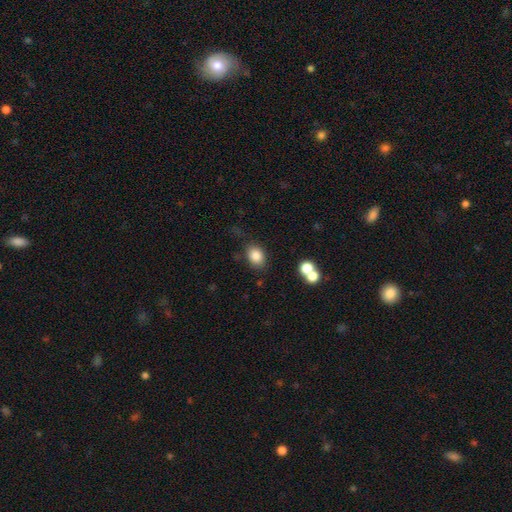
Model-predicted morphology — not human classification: type=smooth (84%); roundness=in between (68%); merging=none (74%).